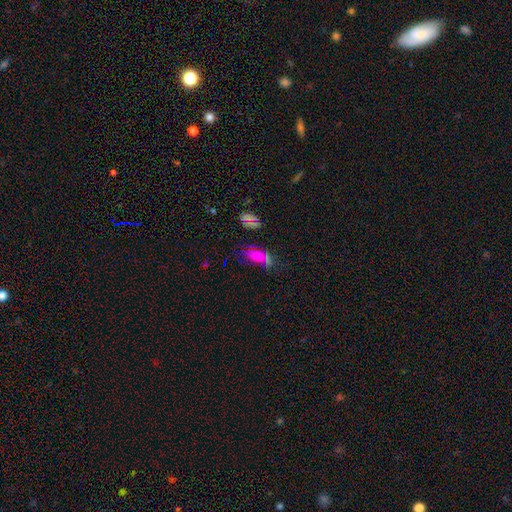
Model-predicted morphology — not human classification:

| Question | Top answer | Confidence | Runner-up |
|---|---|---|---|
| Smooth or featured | smooth | 45% | star or artifact (34%) |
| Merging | none | 52% | minor disturbance (22%) |